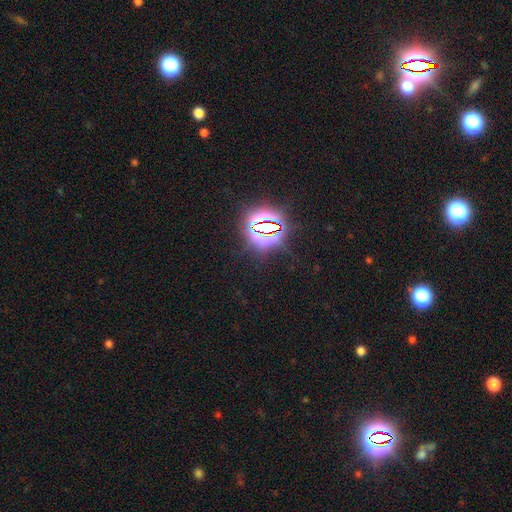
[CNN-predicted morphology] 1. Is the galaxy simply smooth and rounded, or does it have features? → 84% star or artifact, 10% smooth, 6% featured or disk.